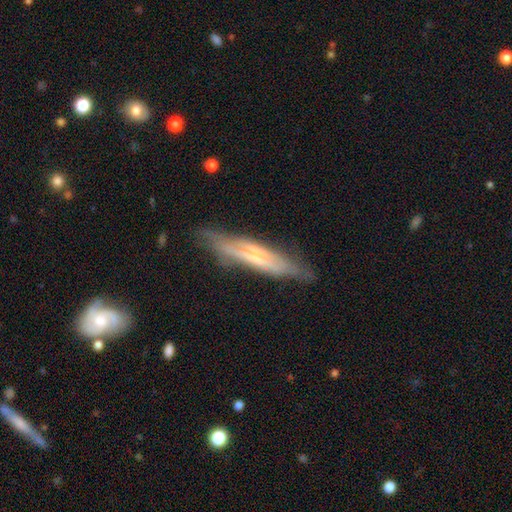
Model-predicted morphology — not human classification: Smooth or featured?
  - featured or disk: 64% *
  - smooth: 29%
  - star or artifact: 7%
Edge-on disk?
  - yes: 80% *
  - no: 20%
Edge-on bulge?
  - none: 48% *
  - rounded: 32%
  - boxy: 21%
Merging?
  - none: 69% *
  - minor disturbance: 22%
  - major disturbance: 7%
  - merger: 2%